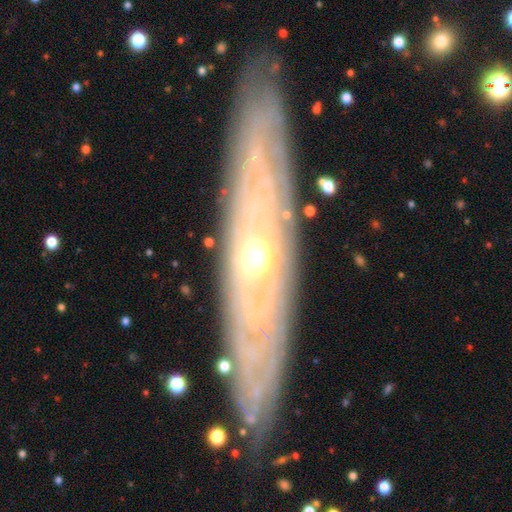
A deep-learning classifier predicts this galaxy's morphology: The model was most divided on "edge-on disk": no: 54%, yes: 46%. More confident: merging — none (87%); smooth or featured — featured or disk (83%).